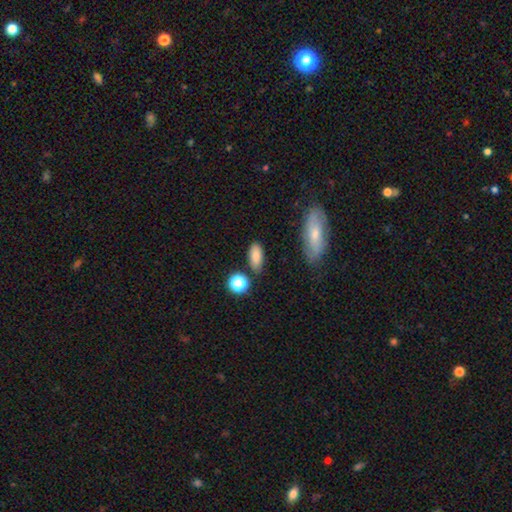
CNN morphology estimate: smooth 83%, star or artifact 9%, featured or disk 7%. Down the decision tree: how rounded — in between (82%); merging — none (80%).